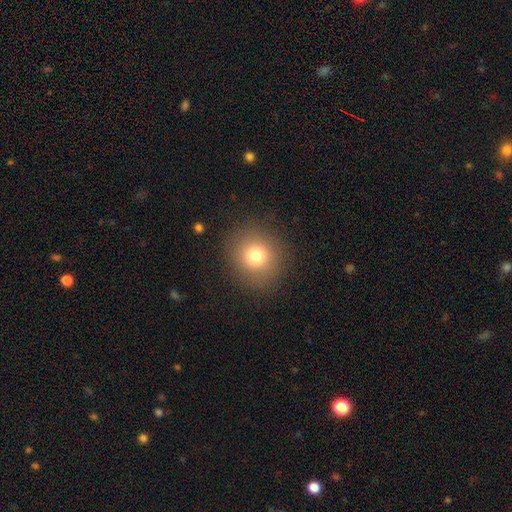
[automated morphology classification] Smooth or featured?
  - smooth: 76% *
  - star or artifact: 13%
  - featured or disk: 10%
How rounded?
  - round: 89% *
  - in between: 10%
  - cigar-shaped: 1%
Merging?
  - none: 88% *
  - minor disturbance: 7%
  - major disturbance: 4%
  - merger: 1%